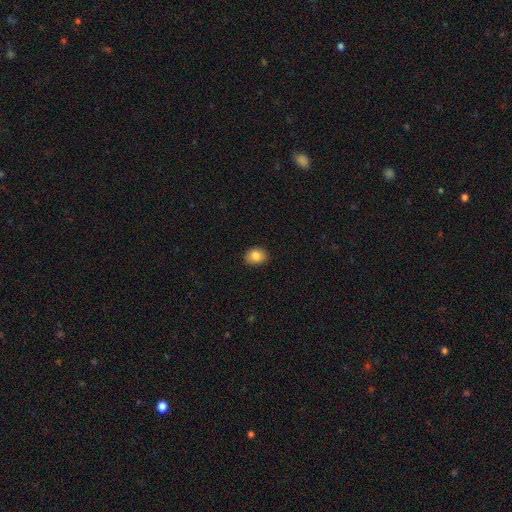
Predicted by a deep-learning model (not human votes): smooth_or_featured: smooth (p=0.85) [alt: star or artifact p=0.09]
how_rounded: in between (p=0.56) [alt: round p=0.43]
merging: none (p=0.89) [alt: minor disturbance p=0.09]